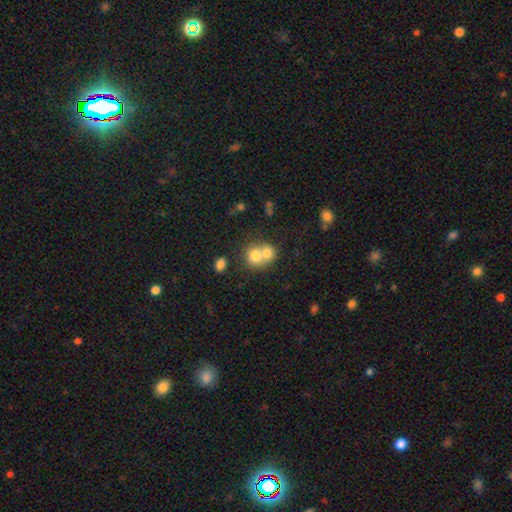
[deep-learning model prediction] Smooth or featured: smooth — 72% (featured or disk — 18%)
How rounded: round — 73% (in between — 26%)
Merging: merger — 66% (none — 26%)